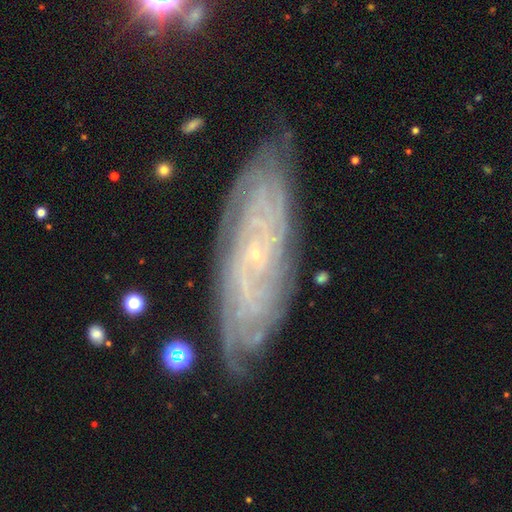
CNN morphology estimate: Smooth or featured: featured or disk — 81% (smooth — 10%)
Edge-on disk: no — 85% (yes — 15%)
Bar: no — 74% (weak — 20%)
Spiral arms: yes — 95% (no — 5%)
Spiral winding: tight — 79% (medium — 17%)
Spiral arm count: can't tell — 47% (more than 4 — 13%)
Bulge size: small — 88% (moderate — 7%)
Merging: none — 81% (minor disturbance — 14%)